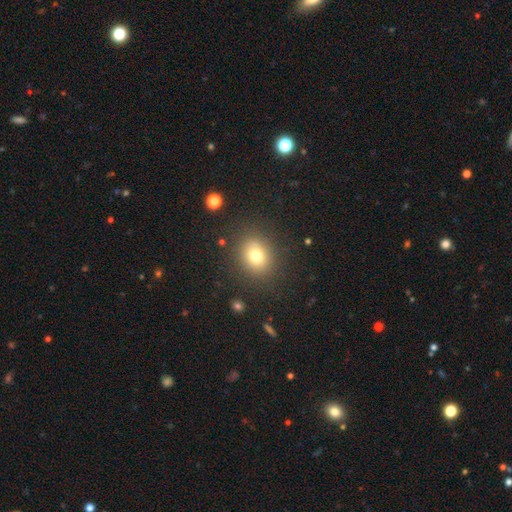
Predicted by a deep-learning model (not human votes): This is likely a smooth galaxy (76%). How rounded: likely round (64%). Merging: clearly none (85%).